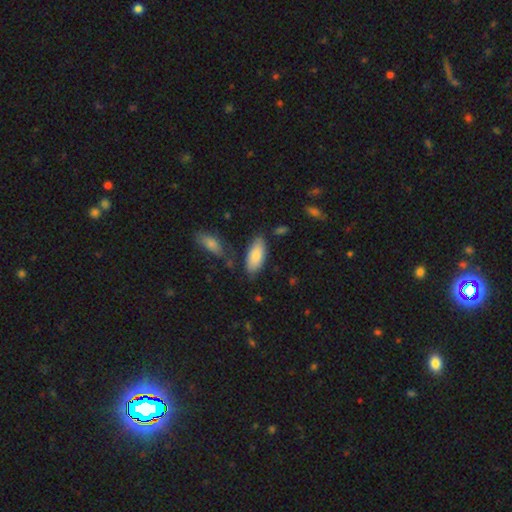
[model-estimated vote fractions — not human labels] Q: Smooth or featured?
A: smooth (83%); runner-up: featured or disk (11%)
Q: How rounded?
A: in between (88%); runner-up: cigar-shaped (11%)
Q: Merging?
A: none (73%); runner-up: minor disturbance (17%)